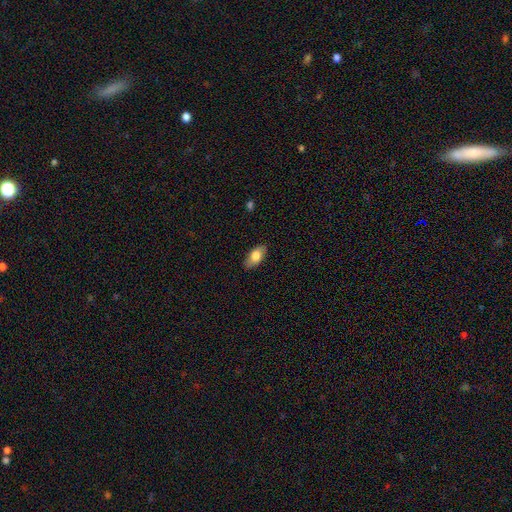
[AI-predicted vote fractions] This appears to be a smooth galaxy with no disk features (78%) that is in between round and cigar-shaped (91%). Merging: none (85%).